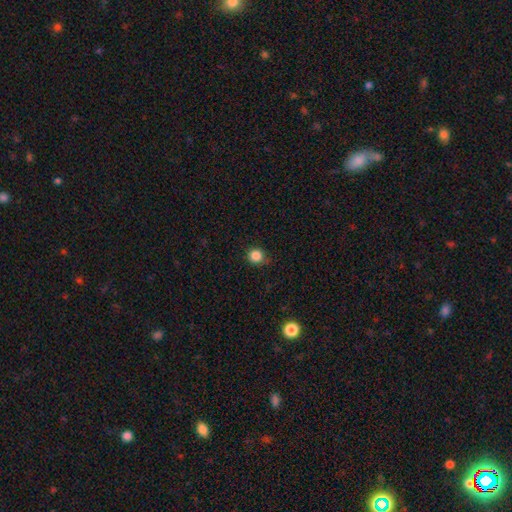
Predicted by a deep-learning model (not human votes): smooth 85%, star or artifact 12%, featured or disk 4%. Down the decision tree: how rounded — round (92%); merging — none (81%).